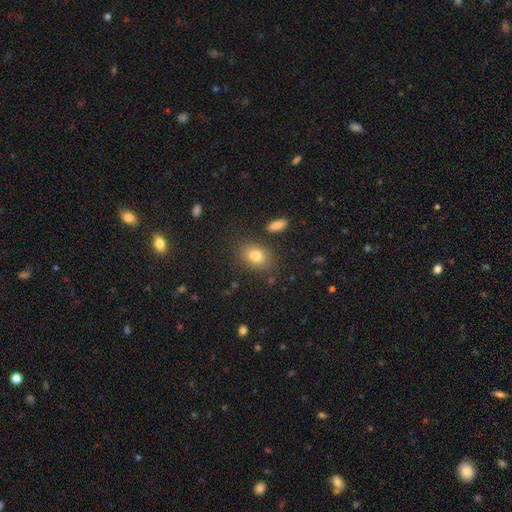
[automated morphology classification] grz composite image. It shows a smooth galaxy with no disk features (79%) that is in between round and cigar-shaped (71%). Merging: none (81%).